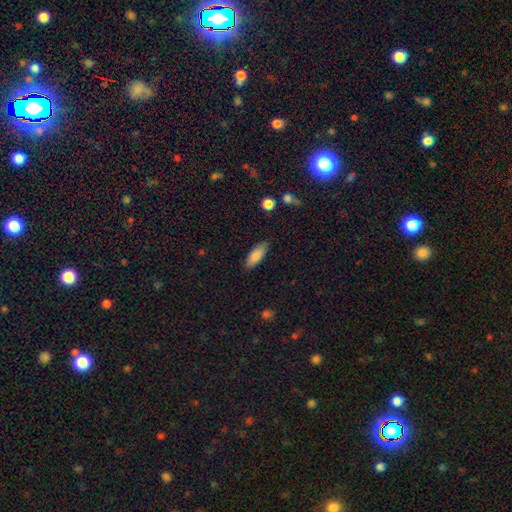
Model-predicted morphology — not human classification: A smooth galaxy with no disk features (84%) that is in between round and cigar-shaped (69%).

Vote fractions:
- Smooth or featured? smooth: 84% / featured or disk: 10% / star or artifact: 6%
- How rounded? in between: 69% / cigar-shaped: 29% / round: 2%
- Merging? none: 83% / minor disturbance: 13% / major disturbance: 2% / merger: 1%